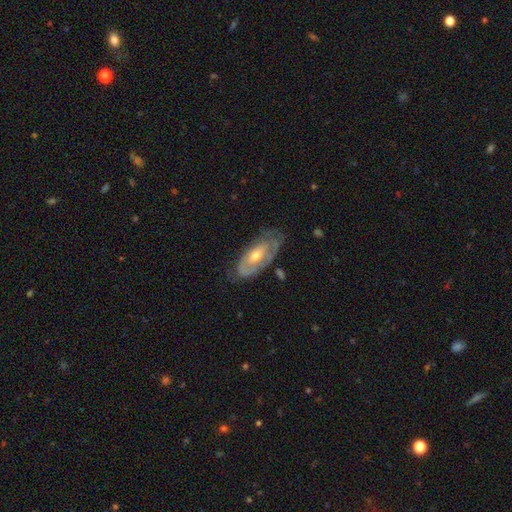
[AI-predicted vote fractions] This is likely a featured or disk galaxy (68%). It is clearly not viewed edge-on (88%). Bar: likely no (66%). Spiral arm pattern: likely yes (67%). Central bulge: possibly moderate (60%). Merging: likely none (60%).